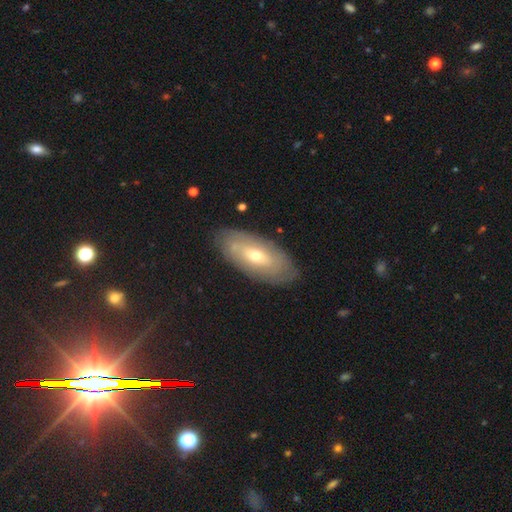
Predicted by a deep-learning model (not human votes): featured or disk 50%, smooth 43%, star or artifact 6%. Down the decision tree: edge-on disk — no (82%); merging — none (81%).